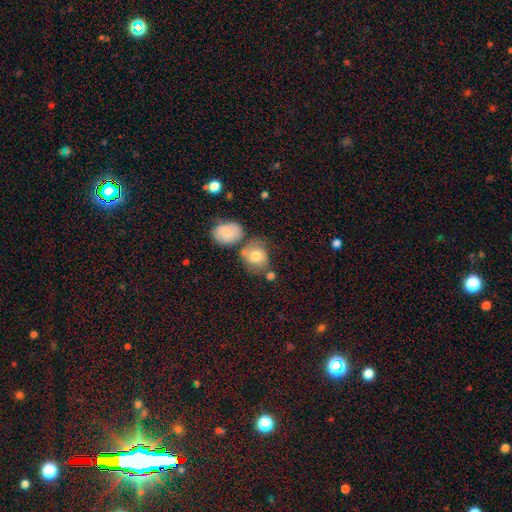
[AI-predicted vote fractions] smooth 73%, featured or disk 18%, star or artifact 9%. Down the decision tree: how rounded — round (67%); merging — none (48%).